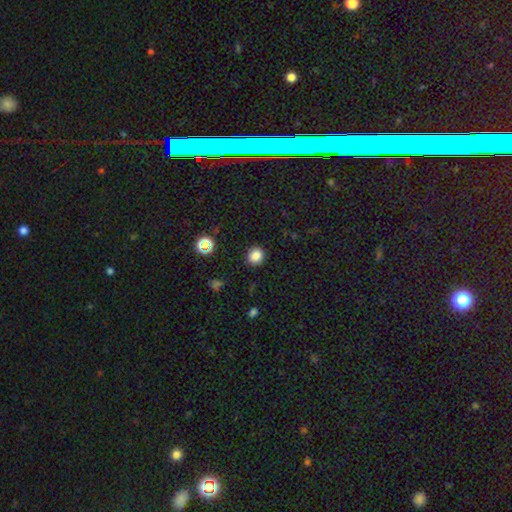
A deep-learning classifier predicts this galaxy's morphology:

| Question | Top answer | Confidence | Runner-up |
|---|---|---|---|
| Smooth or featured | smooth | 82% | star or artifact (13%) |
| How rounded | round | 82% | in between (17%) |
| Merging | none | 89% | minor disturbance (7%) |